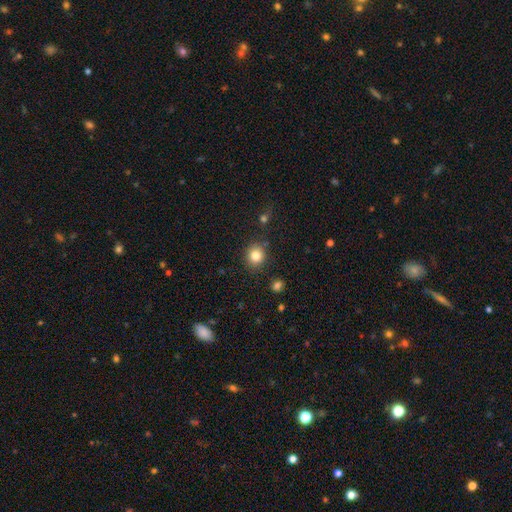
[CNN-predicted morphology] Q: Smooth or featured?
A: smooth (83%); runner-up: star or artifact (11%)
Q: How rounded?
A: round (81%); runner-up: in between (18%)
Q: Merging?
A: none (85%); runner-up: minor disturbance (9%)